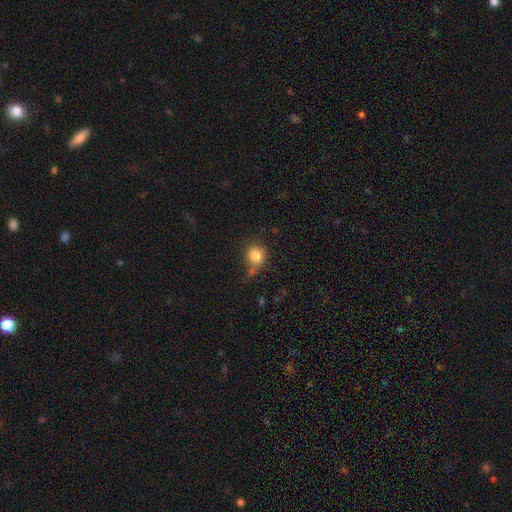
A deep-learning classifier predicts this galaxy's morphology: smooth 83%, star or artifact 11%, featured or disk 6%. Down the decision tree: how rounded — round (84%); merging — none (63%).